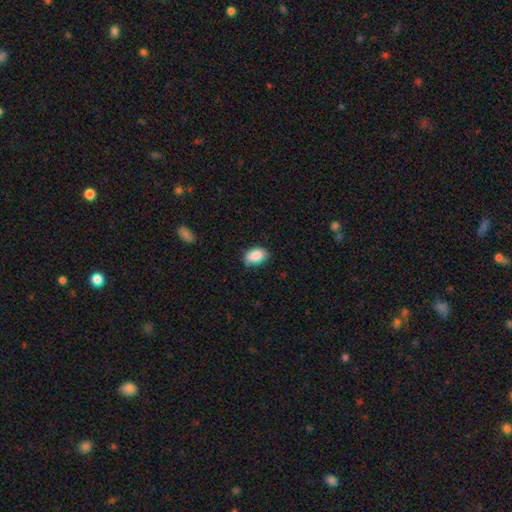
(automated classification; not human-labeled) Overall: smooth (88%). How rounded: in between (87%). Merging: none (77%).